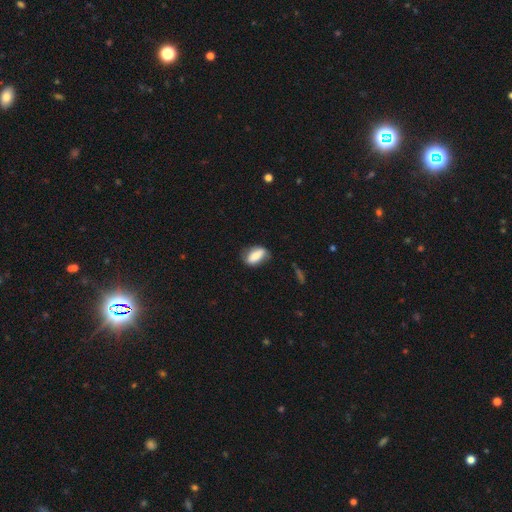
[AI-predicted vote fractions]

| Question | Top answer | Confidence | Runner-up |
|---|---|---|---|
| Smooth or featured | smooth | 73% | featured or disk (20%) |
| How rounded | in between | 85% | cigar-shaped (8%) |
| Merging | none | 64% | minor disturbance (26%) |